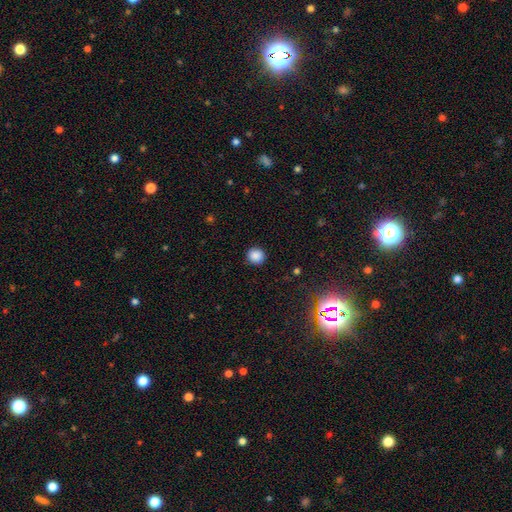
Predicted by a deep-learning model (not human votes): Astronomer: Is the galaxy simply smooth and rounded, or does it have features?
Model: smooth — 87%.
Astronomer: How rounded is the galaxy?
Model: round — 92%.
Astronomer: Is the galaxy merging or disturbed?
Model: none — 91%.